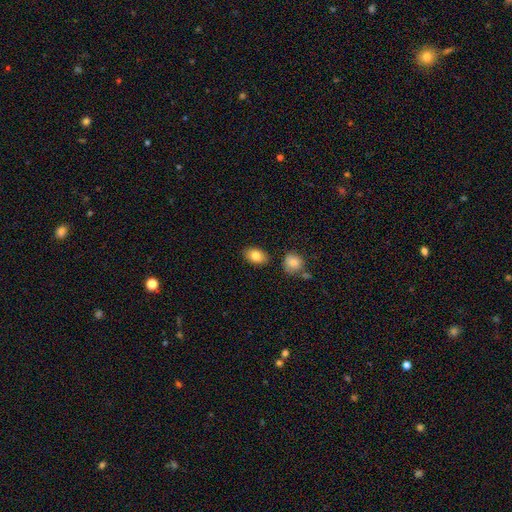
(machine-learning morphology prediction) Smooth or featured? smooth (83%)
How rounded? in between (86%)
Merging? none (84%)